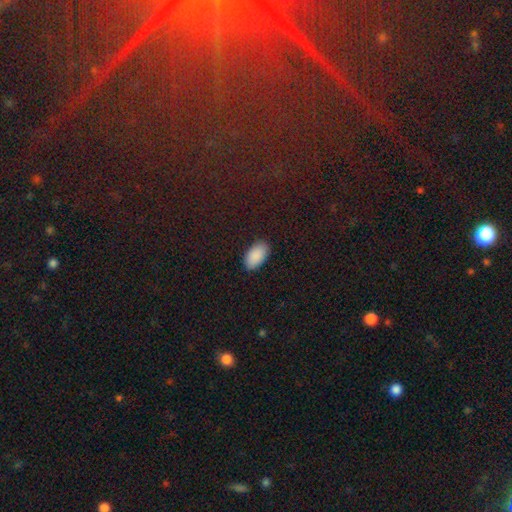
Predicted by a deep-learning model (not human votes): This appears to be a smooth galaxy with no disk features (90%) that is in between round and cigar-shaped (95%). Merging: none (87%).